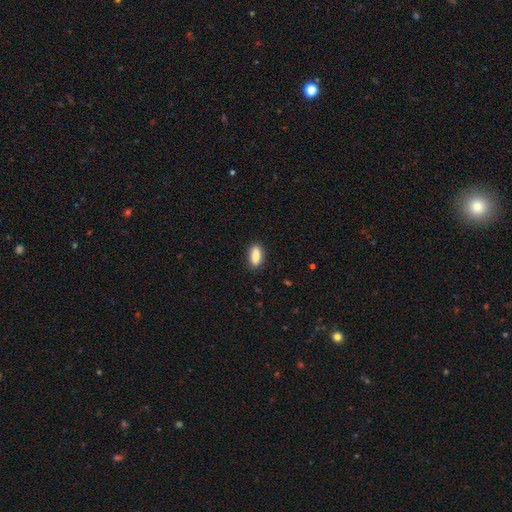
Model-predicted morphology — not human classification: The model was most divided on "how rounded": in between: 77%, cigar-shaped: 20%, round: 3%. More confident: smooth or featured — smooth (87%); merging — none (87%).